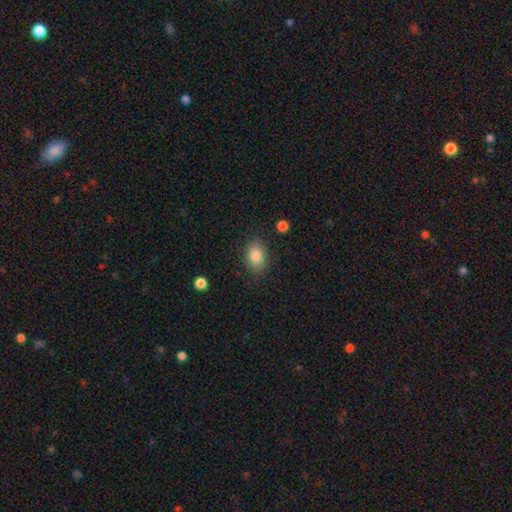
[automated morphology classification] type=smooth (85%); roundness=in between (79%); merging=none (82%).